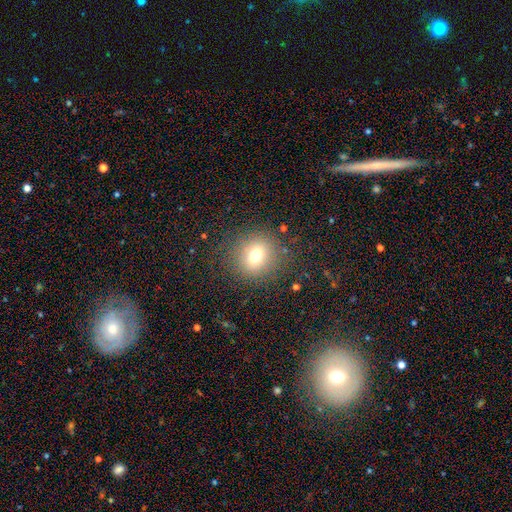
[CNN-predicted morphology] smooth_or_featured: smooth (p=0.71) [alt: star or artifact p=0.16]
how_rounded: round (p=0.81) [alt: in between p=0.18]
merging: none (p=0.83) [alt: minor disturbance p=0.09]